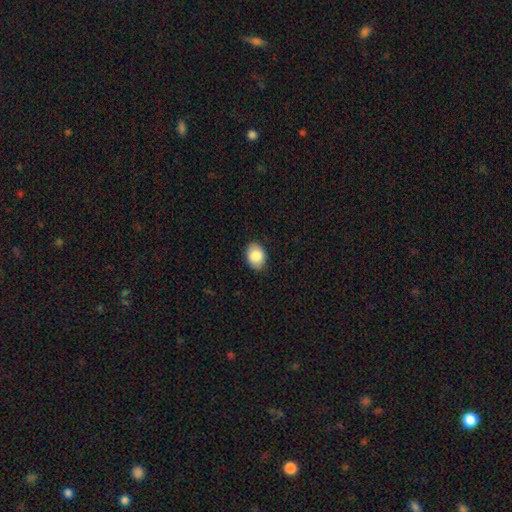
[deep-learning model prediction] smooth_or_featured: smooth (p=0.85) [alt: featured or disk p=0.08]
how_rounded: in between (p=0.75) [alt: round p=0.24]
merging: none (p=0.86) [alt: minor disturbance p=0.11]